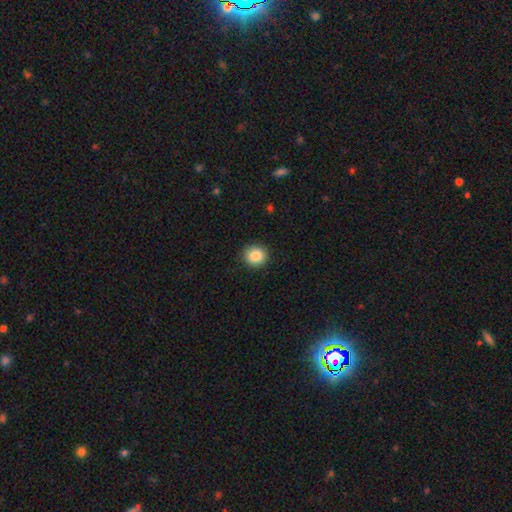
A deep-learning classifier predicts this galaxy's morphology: A smooth galaxy with no disk features (87%) that is round (90%). Merging: none (91%).